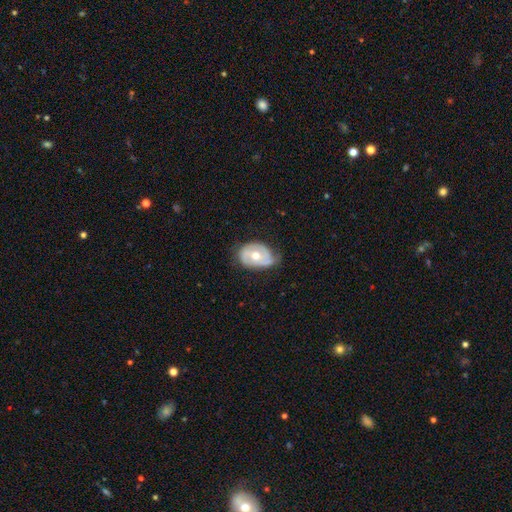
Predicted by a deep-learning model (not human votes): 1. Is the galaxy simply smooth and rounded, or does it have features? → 66% featured or disk, 28% smooth, 6% star or artifact.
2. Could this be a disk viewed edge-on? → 95% no, 5% yes.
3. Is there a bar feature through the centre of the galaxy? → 73% no, 21% weak, 7% strong.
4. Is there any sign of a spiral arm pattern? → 70% yes, 30% no.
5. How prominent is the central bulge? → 74% moderate, 20% small, 4% large, 1% none, 1% dominant.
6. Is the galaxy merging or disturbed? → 53% none, 35% minor disturbance, 11% major disturbance, 1% merger.